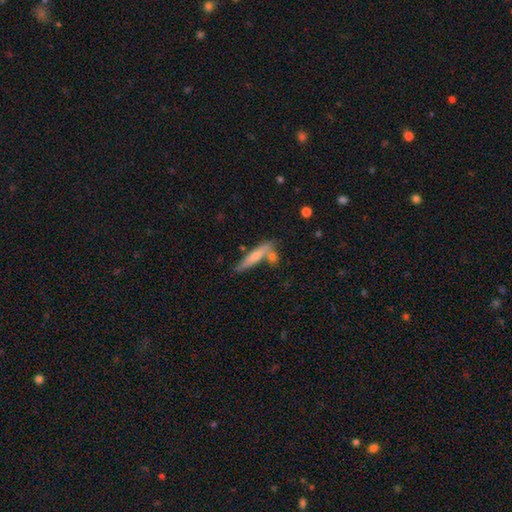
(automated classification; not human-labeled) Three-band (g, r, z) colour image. It shows a smooth galaxy with no disk features (63%) that is cigar-shaped (85%). Merging: none (61%).